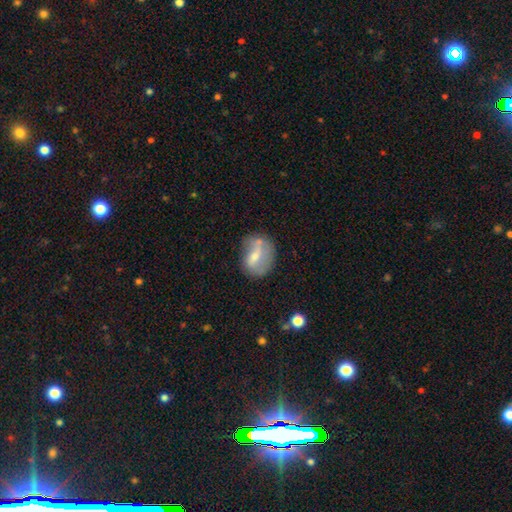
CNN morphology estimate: Smooth or featured? smooth (49%)
Merging? none (50%)